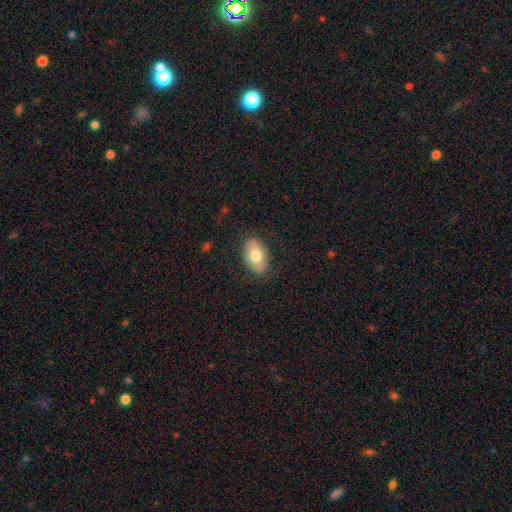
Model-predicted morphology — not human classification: A smooth galaxy with no disk features (69%) that is in between round and cigar-shaped (89%). Merging: none (84%).